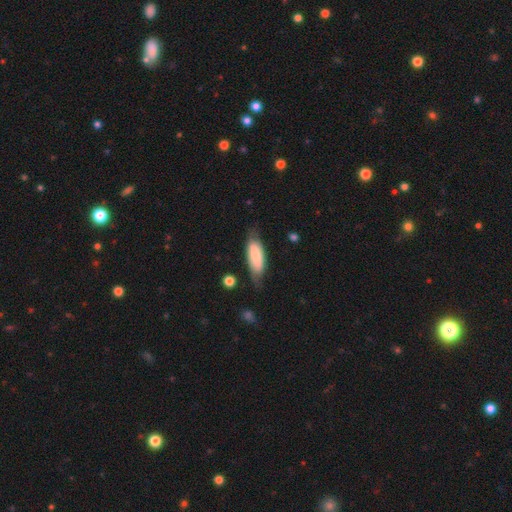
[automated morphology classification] Smooth or featured? smooth (71%)
How rounded? in between (67%)
Merging? none (63%)